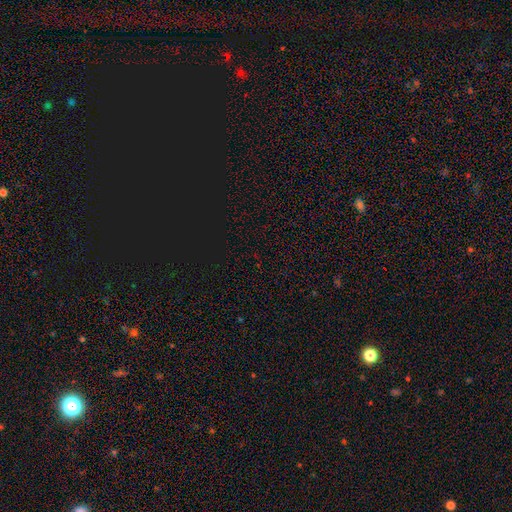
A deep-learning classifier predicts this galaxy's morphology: Smooth or featured: star or artifact — 72% (smooth — 21%)